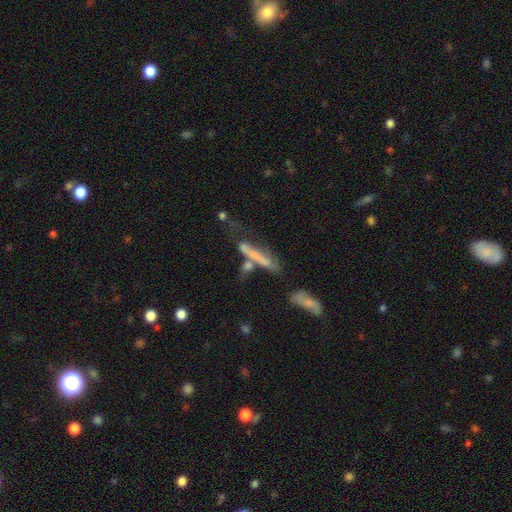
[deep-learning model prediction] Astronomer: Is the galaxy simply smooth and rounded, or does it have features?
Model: smooth — 50% (runner-up: featured or disk, 38%).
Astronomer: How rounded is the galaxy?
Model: cigar-shaped — 85%.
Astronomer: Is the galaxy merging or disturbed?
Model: none — 34% (runner-up: merger, 29%).